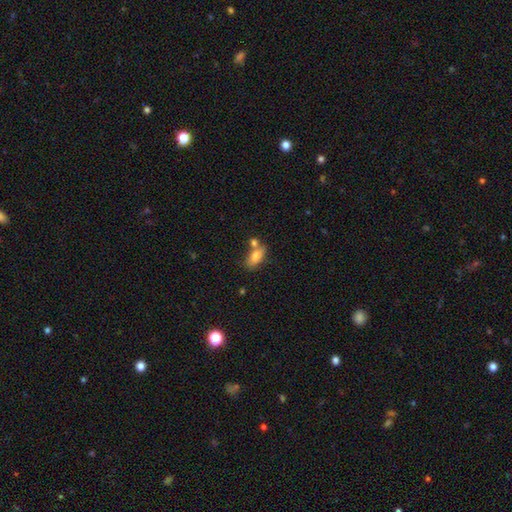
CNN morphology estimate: smooth 79%, featured or disk 13%, star or artifact 8%. Down the decision tree: how rounded — in between (84%); merging — none (54%).